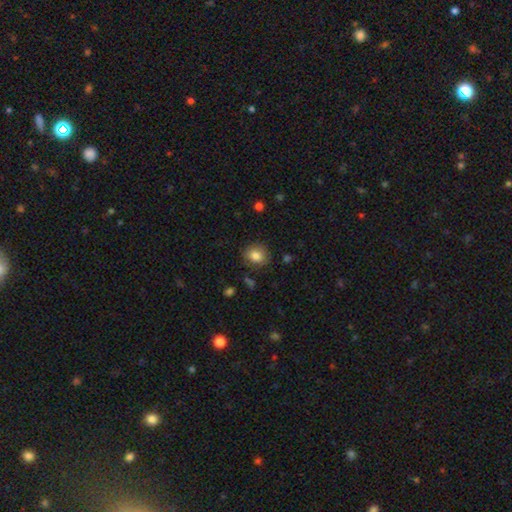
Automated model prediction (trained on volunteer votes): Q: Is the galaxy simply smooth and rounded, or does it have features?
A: smooth — 83%.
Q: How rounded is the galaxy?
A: round — 74%.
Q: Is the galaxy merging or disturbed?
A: none — 84%.